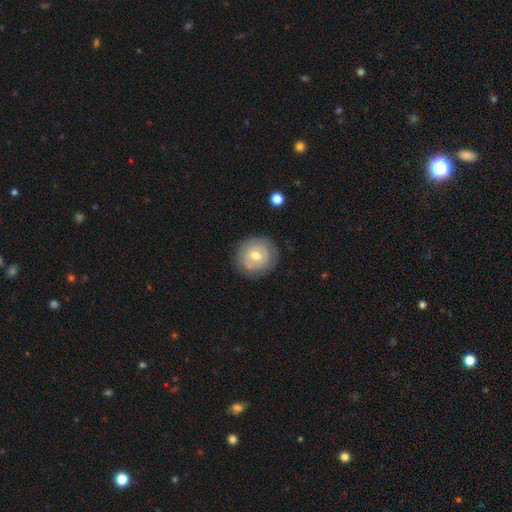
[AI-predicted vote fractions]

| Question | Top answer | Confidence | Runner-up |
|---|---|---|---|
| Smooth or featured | smooth | 51% | featured or disk (42%) |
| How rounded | round | 90% | in between (9%) |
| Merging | none | 81% | minor disturbance (14%) |